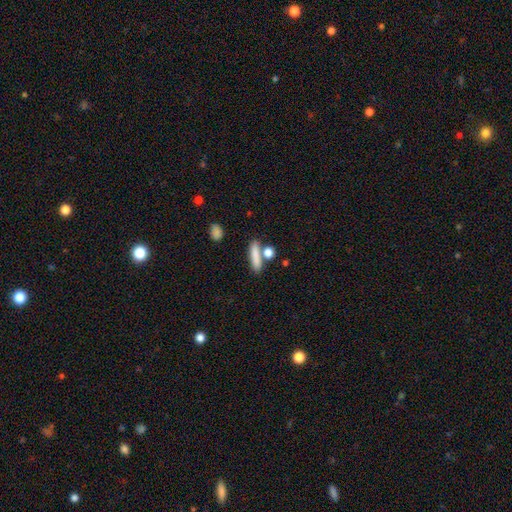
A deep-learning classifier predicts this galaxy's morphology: A smooth galaxy with no disk features (81%) that is cigar-shaped (59%).

Vote fractions:
- Smooth or featured? smooth: 81% / featured or disk: 11% / star or artifact: 8%
- How rounded? cigar-shaped: 59% / in between: 29% / round: 12%
- Merging? none: 67% / merger: 19% / minor disturbance: 11% / major disturbance: 4%